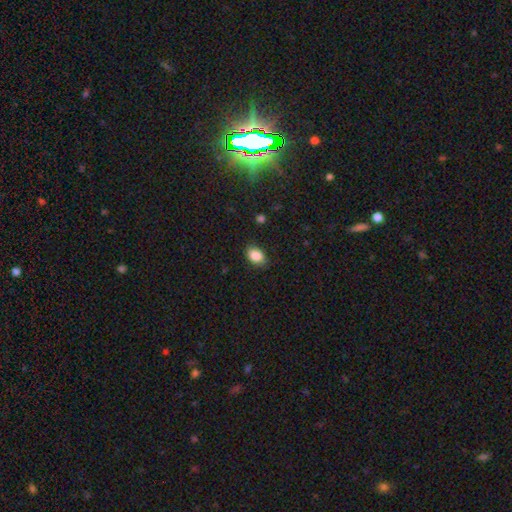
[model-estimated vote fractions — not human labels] Smooth or featured?
  - smooth: 86% *
  - star or artifact: 8%
  - featured or disk: 5%
How rounded?
  - in between: 82% *
  - round: 17%
  - cigar-shaped: 1%
Merging?
  - none: 83% *
  - minor disturbance: 13%
  - major disturbance: 3%
  - merger: 1%